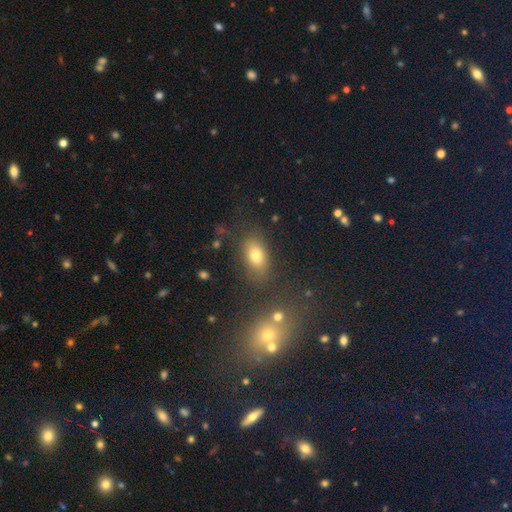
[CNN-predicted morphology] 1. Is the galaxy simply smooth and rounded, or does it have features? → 74% smooth, 14% star or artifact, 12% featured or disk.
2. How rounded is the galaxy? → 85% in between, 11% round, 4% cigar-shaped.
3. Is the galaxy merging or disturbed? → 77% none, 13% minor disturbance, 5% merger, 5% major disturbance.